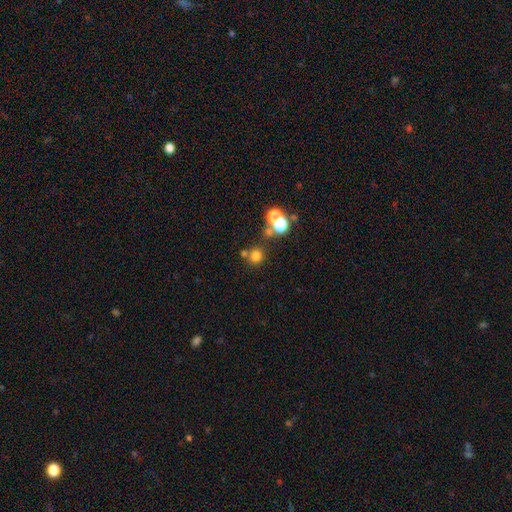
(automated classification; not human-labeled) smooth_or_featured: smooth (p=0.71) [alt: star or artifact p=0.20]
how_rounded: round (p=0.90) [alt: in between p=0.09]
merging: none (p=0.67) [alt: merger p=0.22]